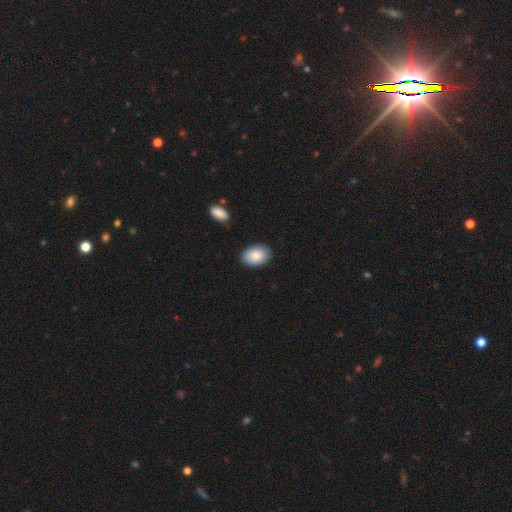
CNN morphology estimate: smooth-or-featured: smooth: 86% | featured or disk: 8% | star or artifact: 6%
  how-rounded: in between: 90% | round: 9% | cigar-shaped: 1%
  merging: none: 87% | minor disturbance: 10% | major disturbance: 2% | merger: 2%